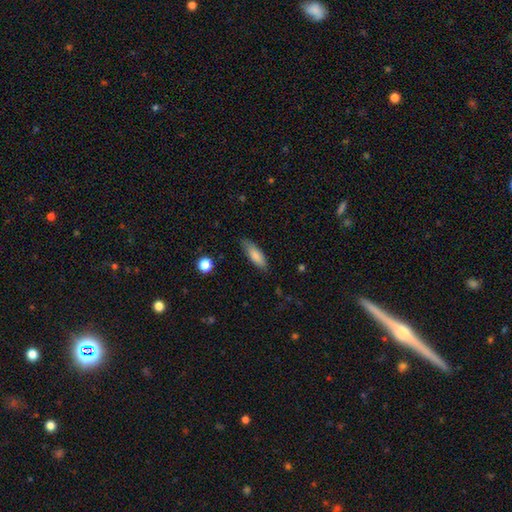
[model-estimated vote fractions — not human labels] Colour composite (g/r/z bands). It shows a smooth galaxy with no disk features (83%) that is in between round and cigar-shaped (62%). Merging: none (75%).